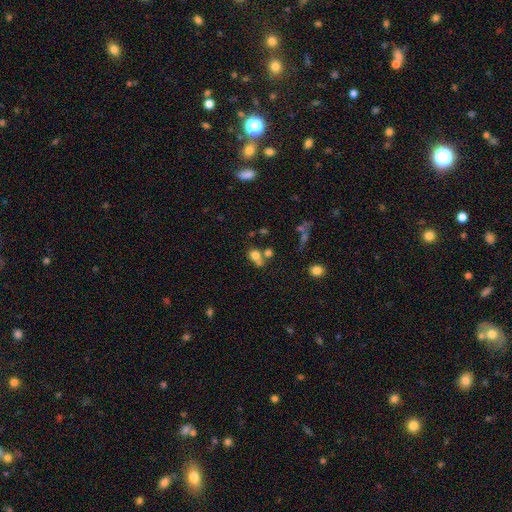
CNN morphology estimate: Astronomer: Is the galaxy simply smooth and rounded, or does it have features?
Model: smooth — 73%.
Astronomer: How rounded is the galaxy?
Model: round — 61% (runner-up: in between, 37%).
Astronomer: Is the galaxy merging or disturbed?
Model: merger — 45% (runner-up: none, 40%).